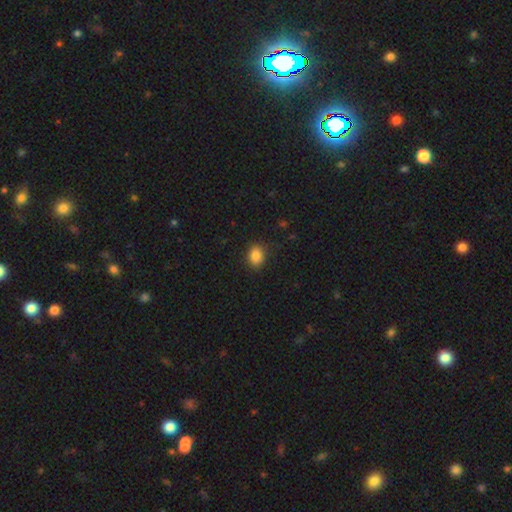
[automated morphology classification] This is clearly a smooth galaxy (86%). How rounded: possibly in between (60%). Merging: clearly none (82%).